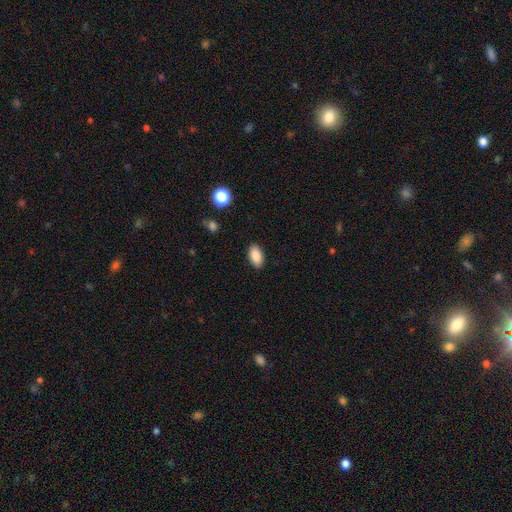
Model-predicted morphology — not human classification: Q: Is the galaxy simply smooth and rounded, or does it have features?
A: smooth — 87%.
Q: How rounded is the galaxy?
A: in between — 93%.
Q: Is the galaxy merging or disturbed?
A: none — 88%.